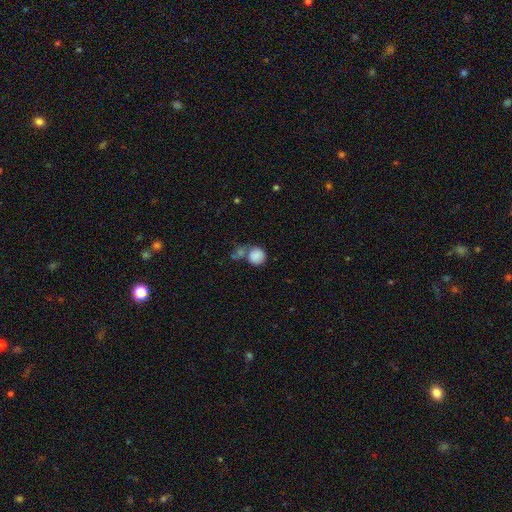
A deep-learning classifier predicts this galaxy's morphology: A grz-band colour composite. It shows a smooth galaxy with no disk features (85%) that is round (87%). Merging: none (47%).